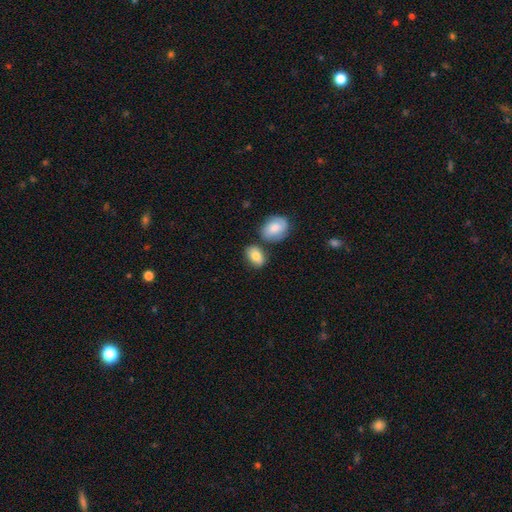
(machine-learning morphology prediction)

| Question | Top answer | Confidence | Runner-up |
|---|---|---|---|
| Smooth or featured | smooth | 80% | featured or disk (13%) |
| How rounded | in between | 81% | round (17%) |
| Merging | none | 64% | merger (17%) |